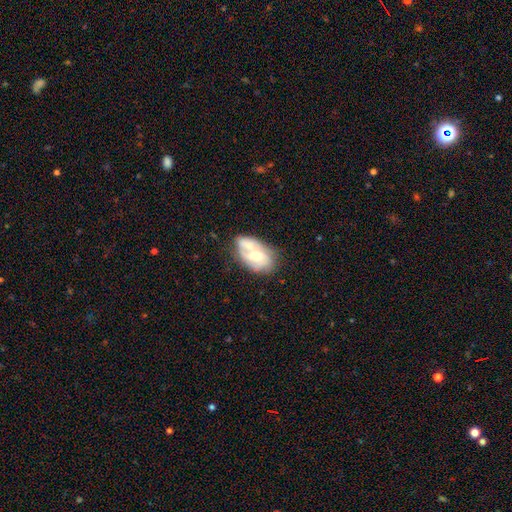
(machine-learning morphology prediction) featured or disk 54%, smooth 40%, star or artifact 7%. Down the decision tree: edge-on disk — no (95%); bar — no (60%); spiral arms — no (54%); bulge size — moderate (52%); merging — merger (37%).